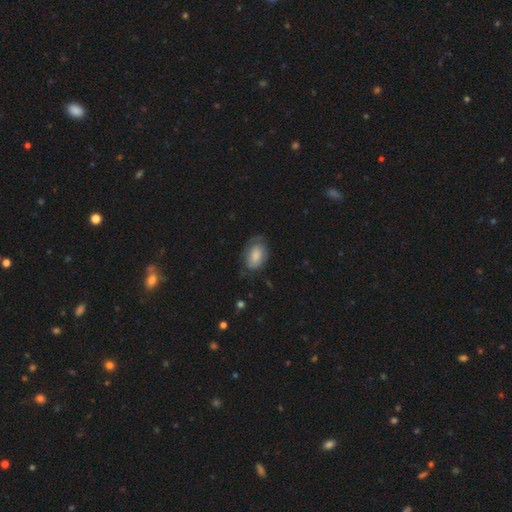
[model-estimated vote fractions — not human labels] Q: Smooth or featured?
A: smooth (72%); runner-up: featured or disk (22%)
Q: How rounded?
A: in between (86%); runner-up: round (12%)
Q: Merging?
A: none (56%); runner-up: minor disturbance (31%)